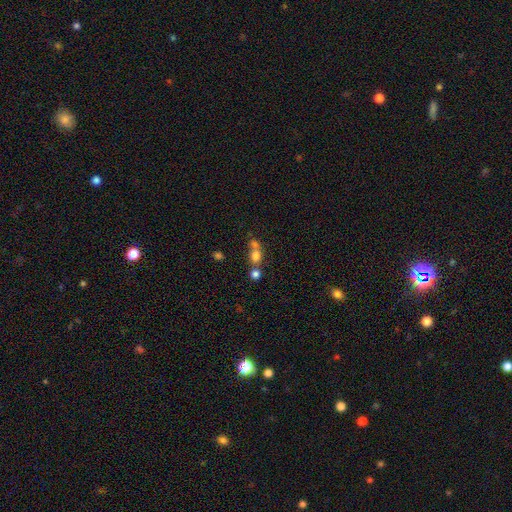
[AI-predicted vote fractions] Morphology: type=smooth (72%); roundness=round (70%); merging=merger (52%).